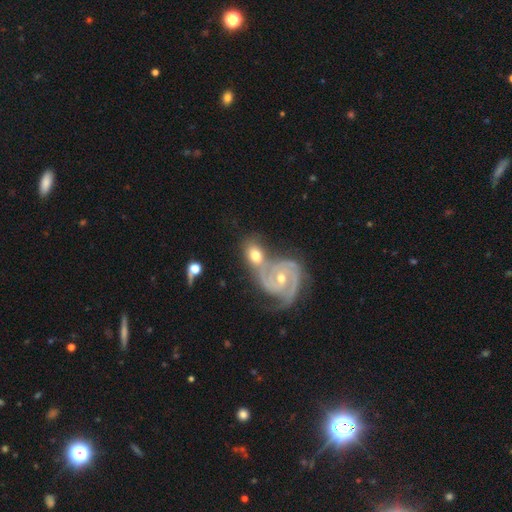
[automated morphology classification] smooth-or-featured: featured or disk: 63% | smooth: 30% | star or artifact: 7%
  disk-edge-on: no: 96% | yes: 4%
    bar: no: 56% | weak: 32% | strong: 12%
    has-spiral-arms: yes: 93% | no: 7%
      spiral-winding: tight: 58% | medium: 35% | loose: 7%
      spiral-arm-count: 2: 54% | 3: 23% | can't tell: 12% | 4: 4% | 1: 4% | more than 4: 3%
    bulge-size: moderate: 61% | small: 32% | large: 5% | none: 2% | dominant: 1%
  merging: merger: 49% | none: 32% | minor disturbance: 13% | major disturbance: 6%